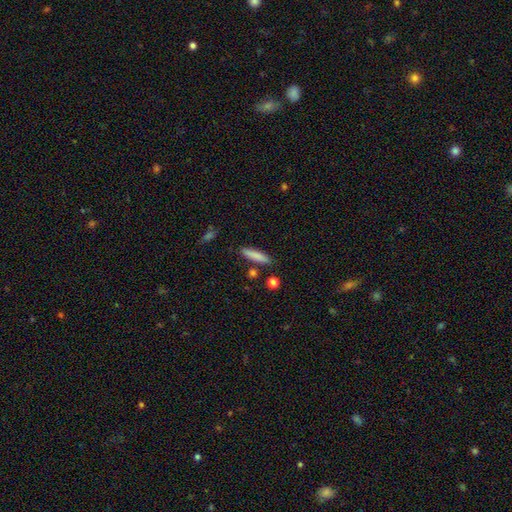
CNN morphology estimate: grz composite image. It shows a smooth galaxy with no disk features (83%) that is cigar-shaped (82%). Merging: none (85%).